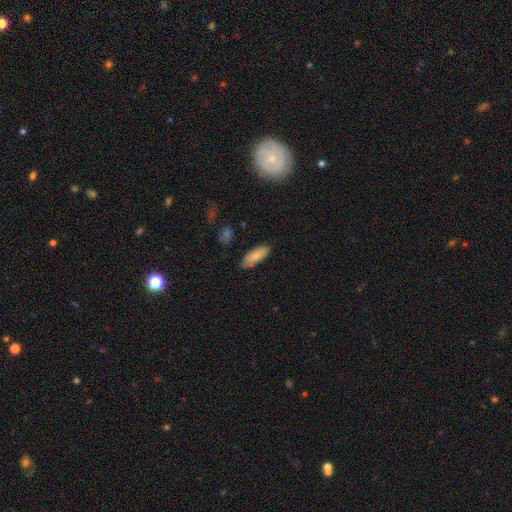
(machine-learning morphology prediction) This is likely a smooth galaxy (79%). How rounded: likely in between (76%). Merging: likely none (80%).